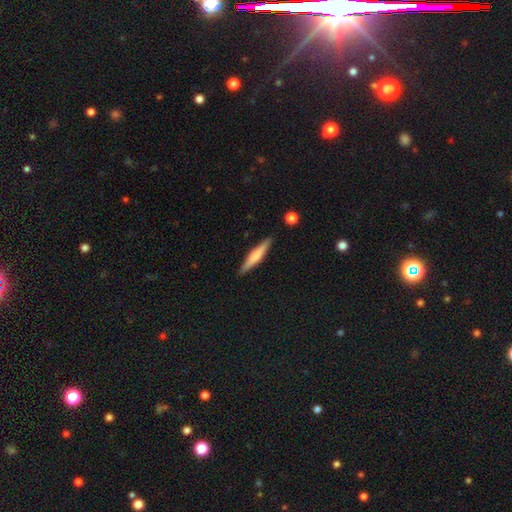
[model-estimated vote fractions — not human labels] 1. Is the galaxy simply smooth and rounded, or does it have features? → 50% smooth, 45% featured or disk, 5% star or artifact.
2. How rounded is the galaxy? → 89% cigar-shaped, 9% in between, 2% round.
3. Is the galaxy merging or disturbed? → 89% none, 8% minor disturbance, 2% major disturbance, 2% merger.